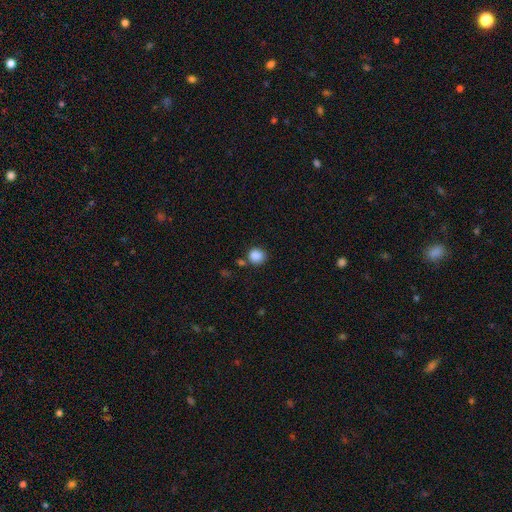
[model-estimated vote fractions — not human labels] The model was most divided on "merging": none: 75%, minor disturbance: 12%, merger: 9%, major disturbance: 4%. More confident: smooth or featured — smooth (87%); how rounded — round (85%).